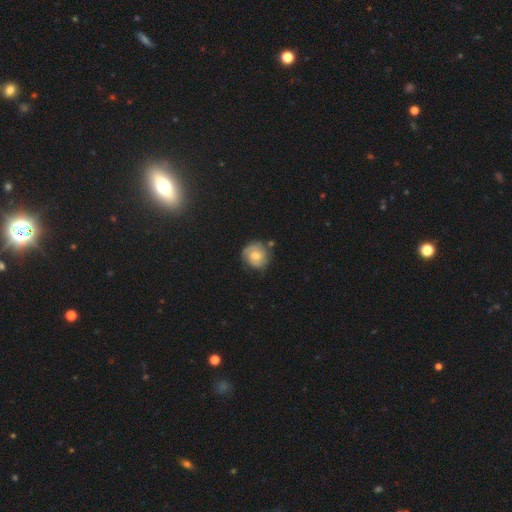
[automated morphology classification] type=featured or disk (61%); edge-on=no (98%); bar=no (57%); spiral arms=yes (90%); winding=tight (61%); arm count=2 (56%); bulge=moderate (51%); merging=none (71%).